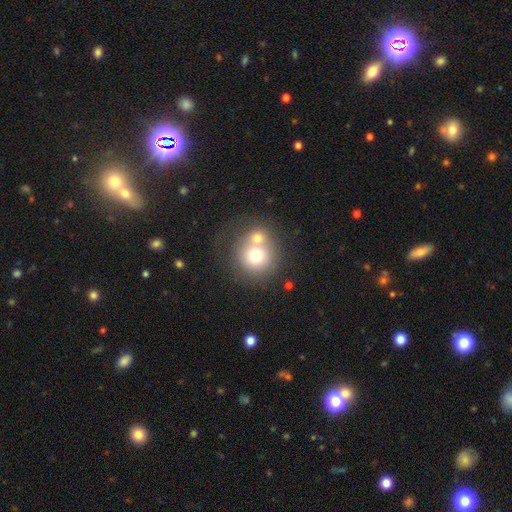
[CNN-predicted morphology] This appears to be a smooth galaxy with no disk features (66%) that is round (89%). Merging: merger (50%).